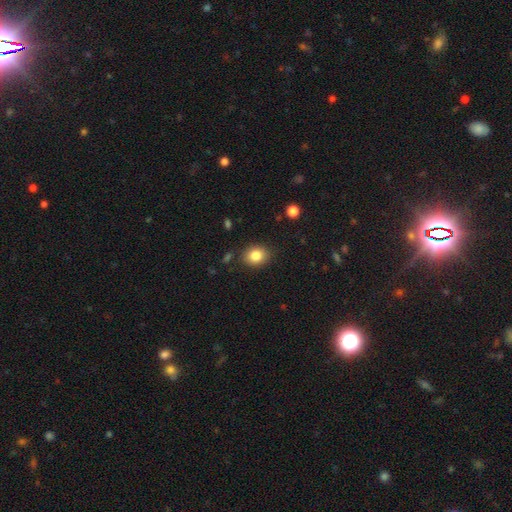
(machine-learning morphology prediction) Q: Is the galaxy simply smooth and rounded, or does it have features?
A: smooth — 83%.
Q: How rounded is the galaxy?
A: round — 55%.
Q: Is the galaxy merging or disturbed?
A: none — 86%.